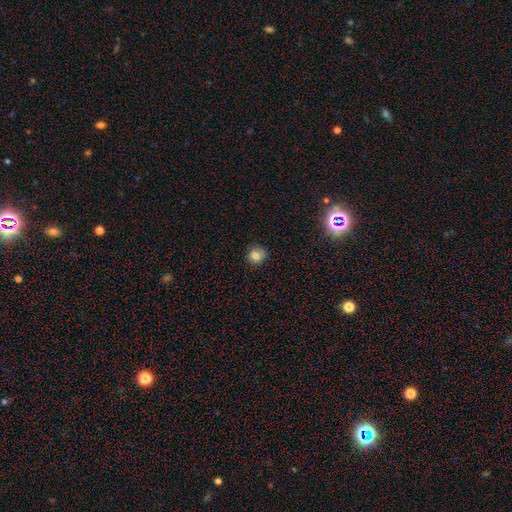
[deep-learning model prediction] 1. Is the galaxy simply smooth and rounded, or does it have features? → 79% smooth, 13% star or artifact, 8% featured or disk.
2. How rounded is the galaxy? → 81% round, 18% in between, 1% cigar-shaped.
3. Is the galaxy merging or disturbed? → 75% none, 18% minor disturbance, 4% major disturbance, 2% merger.